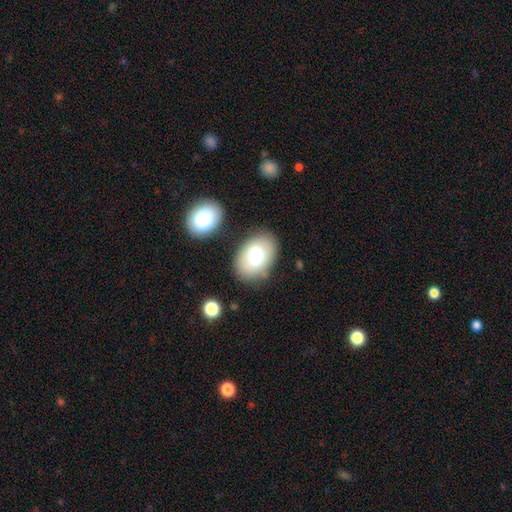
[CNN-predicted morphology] This is likely a smooth galaxy (72%). How rounded: clearly in between (81%). Merging: likely none (78%).